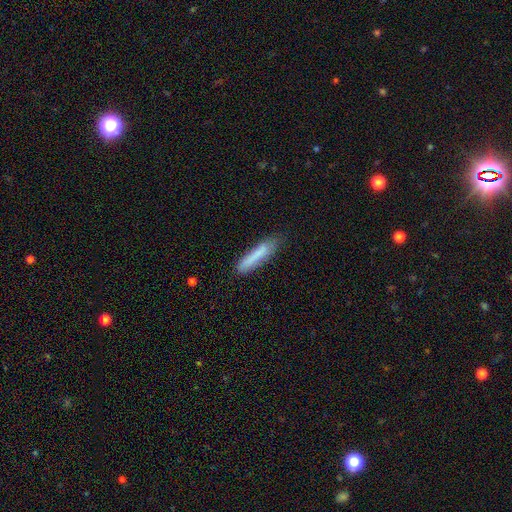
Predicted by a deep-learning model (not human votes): This is likely a smooth galaxy (77%). How rounded: clearly cigar-shaped (88%). Merging: likely none (68%).